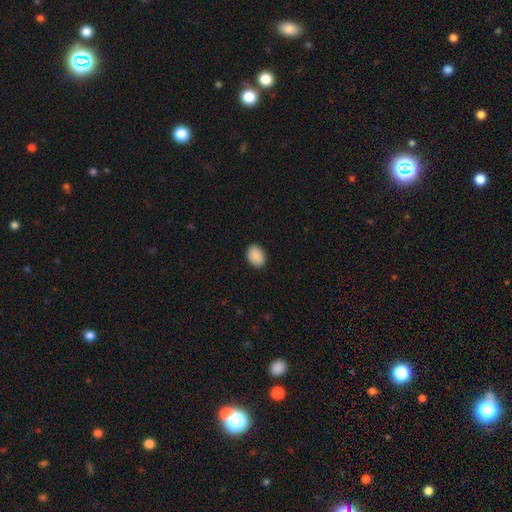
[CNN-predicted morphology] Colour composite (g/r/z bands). It shows a smooth galaxy with no disk features (90%) that is in between round and cigar-shaped (71%). Merging: none (90%).